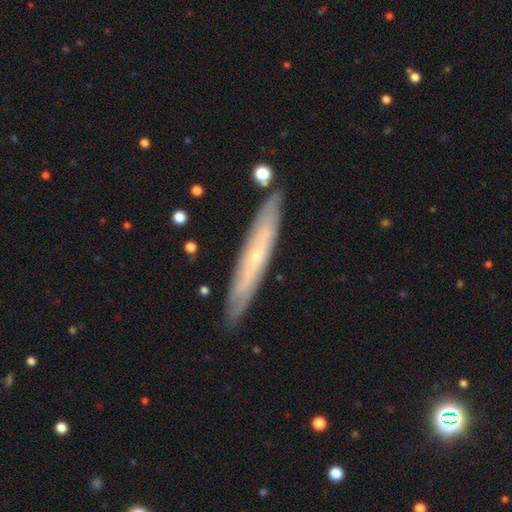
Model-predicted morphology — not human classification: smooth_or_featured: featured or disk (p=0.69) [alt: smooth p=0.25]
disk_edge_on: yes (p=0.64) [alt: no p=0.36]
merging: none (p=0.86) [alt: minor disturbance p=0.10]